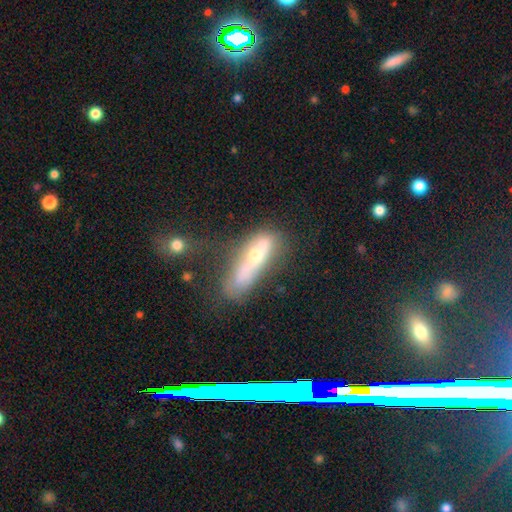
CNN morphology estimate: smooth_or_featured: featured or disk (p=0.47) [alt: smooth p=0.45]
merging: none (p=0.35) [alt: major disturbance p=0.25]